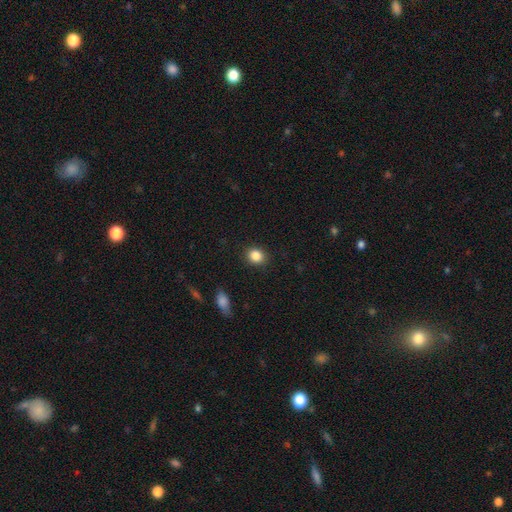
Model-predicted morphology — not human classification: This appears to be a smooth galaxy with no disk features (86%) that is round (69%). Merging: none (90%).